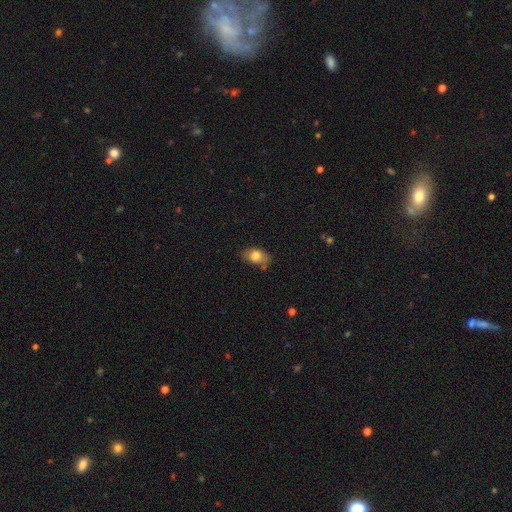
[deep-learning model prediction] smooth 79%, featured or disk 13%, star or artifact 8%. Down the decision tree: how rounded — in between (85%); merging — none (67%).